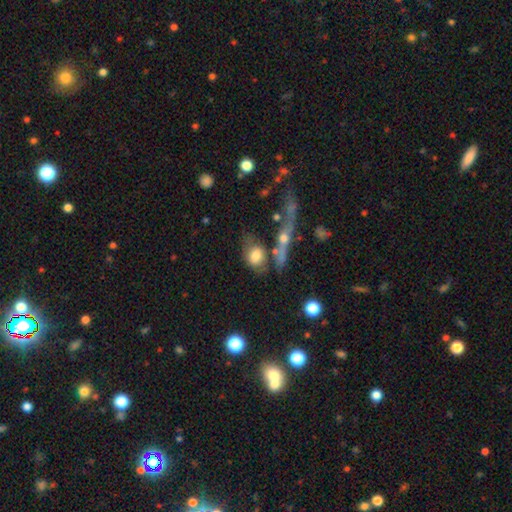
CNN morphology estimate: A smooth galaxy with no disk features (64%) that is in between round and cigar-shaped (65%). Merging: none (42%).